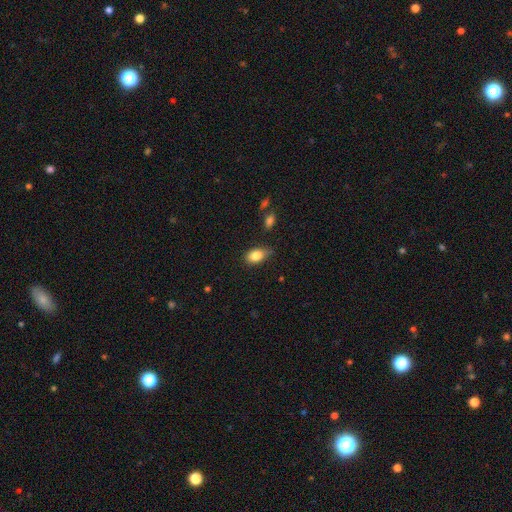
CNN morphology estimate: smooth-or-featured: smooth: 83% | featured or disk: 8% | star or artifact: 8%
  how-rounded: in between: 85% | round: 12% | cigar-shaped: 3%
  merging: none: 65% | minor disturbance: 28% | major disturbance: 5% | merger: 2%